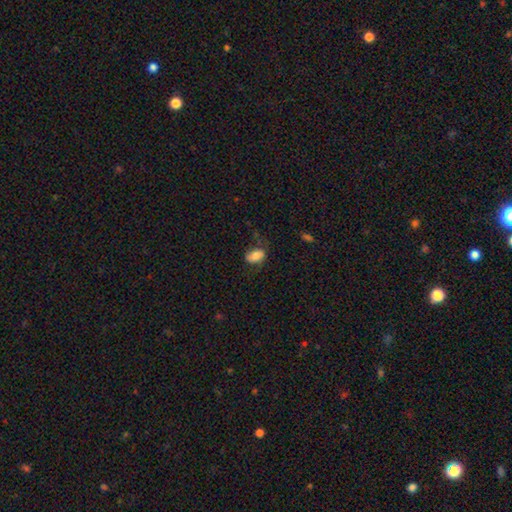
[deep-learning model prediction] This is likely a smooth galaxy (75%). How rounded: clearly in between (89%). Merging: likely none (61%).